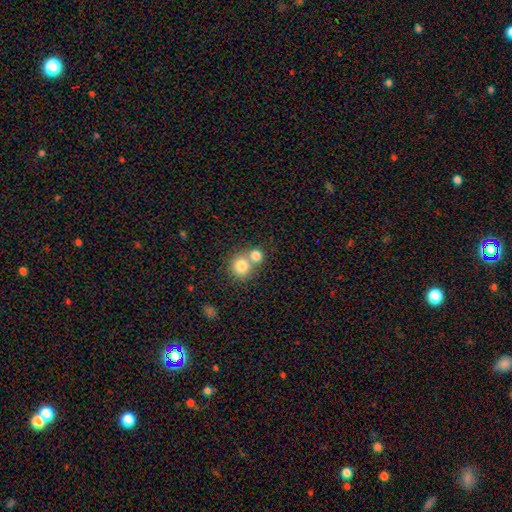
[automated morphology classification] Smooth or featured? Predicted: smooth (p=0.79). How rounded? Predicted: round (p=0.82). Merging? Predicted: merger (p=0.52).